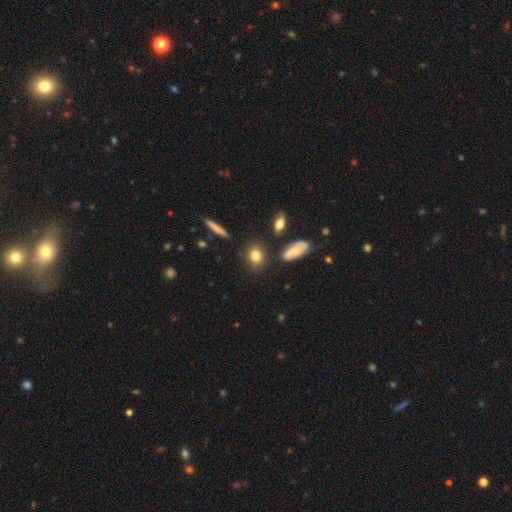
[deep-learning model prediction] smooth-or-featured: smooth: 80% | featured or disk: 10% | star or artifact: 10%
  how-rounded: round: 53% | in between: 43% | cigar-shaped: 4%
  merging: none: 82% | minor disturbance: 11% | merger: 4% | major disturbance: 3%